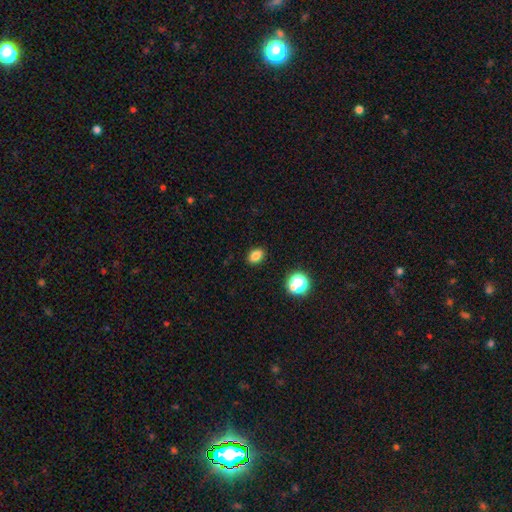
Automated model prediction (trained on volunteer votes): Smooth or featured?
  - smooth: 81% *
  - star or artifact: 13%
  - featured or disk: 5%
How rounded?
  - in between: 73% *
  - round: 25%
  - cigar-shaped: 1%
Merging?
  - none: 89% *
  - minor disturbance: 8%
  - major disturbance: 2%
  - merger: 1%